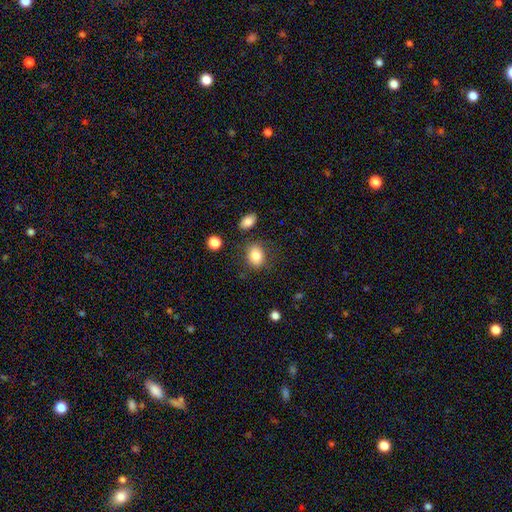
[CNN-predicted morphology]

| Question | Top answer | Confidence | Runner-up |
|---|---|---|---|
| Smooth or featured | smooth | 83% | star or artifact (9%) |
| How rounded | in between | 56% | round (43%) |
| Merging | none | 76% | minor disturbance (15%) |